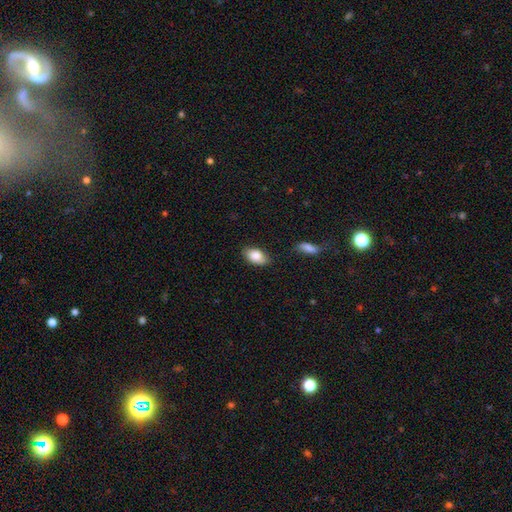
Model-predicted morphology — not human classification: type=smooth (85%); roundness=in between (92%); merging=none (79%).